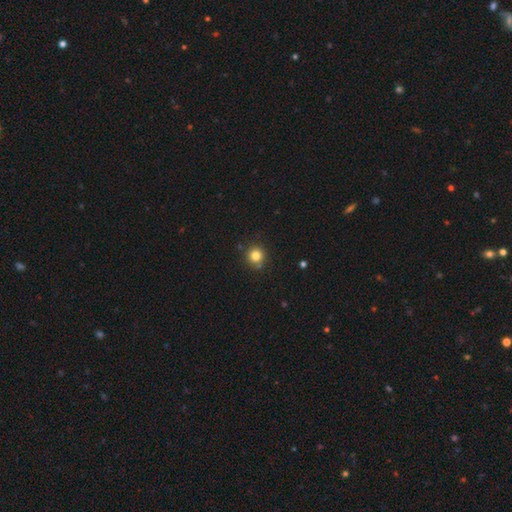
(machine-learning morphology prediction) This is clearly a smooth galaxy (82%). How rounded: clearly round (94%). Merging: clearly none (85%).